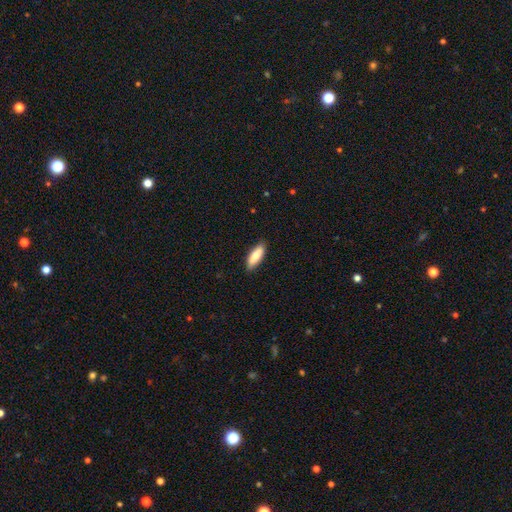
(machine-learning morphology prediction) Overall: smooth (73%). How rounded: in between (54%; cigar-shaped 44%). Merging: none (87%).